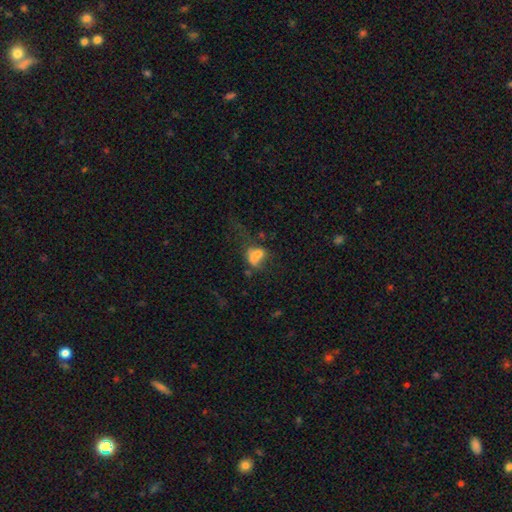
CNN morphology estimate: smooth 57%, featured or disk 28%, star or artifact 15%. Down the decision tree: how rounded — in between (61%); merging — merger (53%).